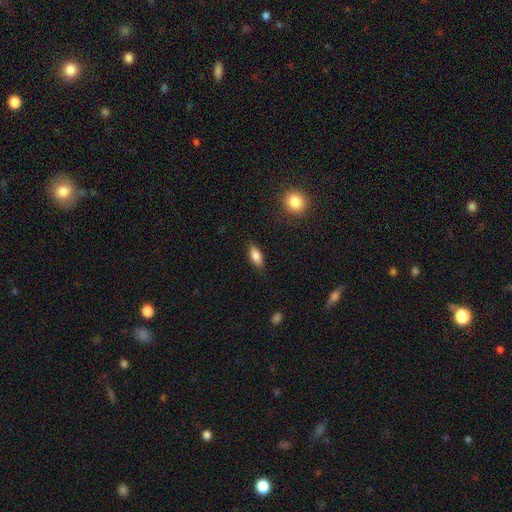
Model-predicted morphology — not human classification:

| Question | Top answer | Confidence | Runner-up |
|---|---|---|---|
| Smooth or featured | smooth | 81% | featured or disk (11%) |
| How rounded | in between | 82% | cigar-shaped (14%) |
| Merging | none | 84% | minor disturbance (12%) |